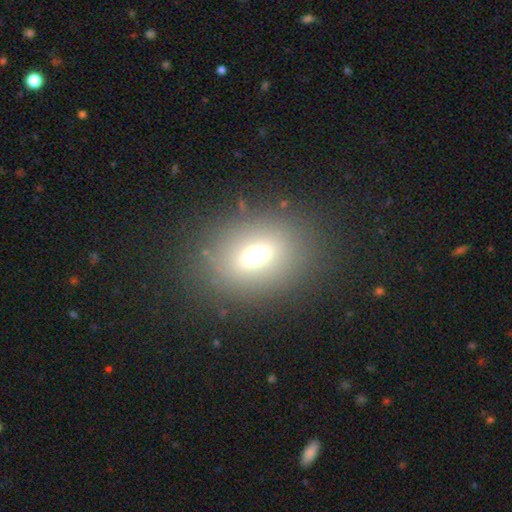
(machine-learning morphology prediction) A smooth galaxy with no disk features (63%) that is in between round and cigar-shaped (55%). Merging: none (81%).